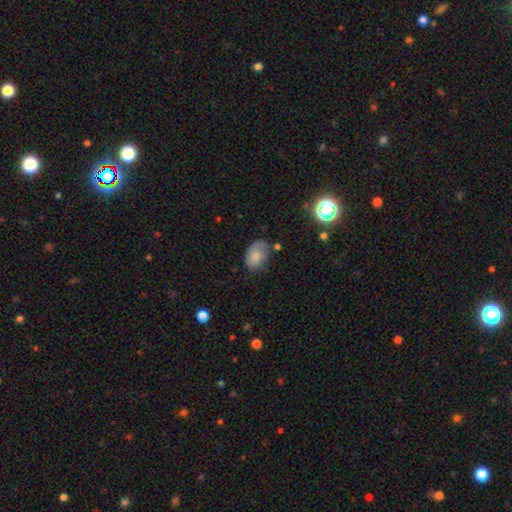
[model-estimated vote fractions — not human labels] This is likely a smooth galaxy (79%). How rounded: clearly in between (84%). Merging: possibly none (57%).